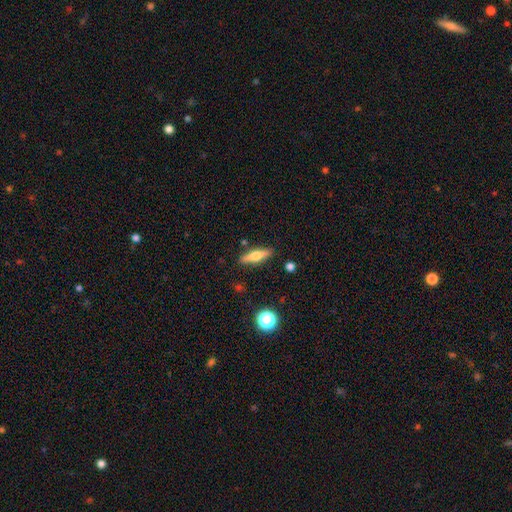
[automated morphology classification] Smooth or featured: smooth — 50% (featured or disk — 43%)
Merging: none — 87% (minor disturbance — 9%)